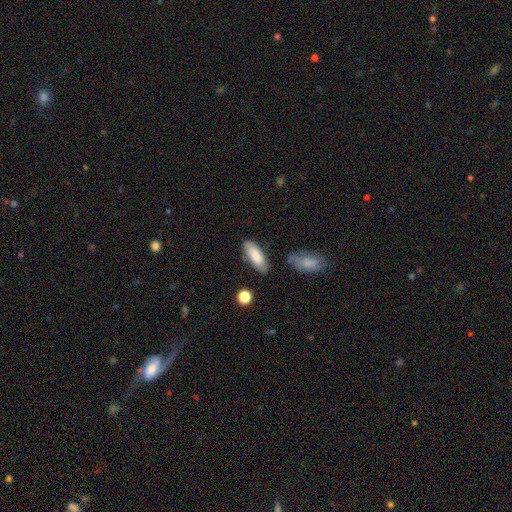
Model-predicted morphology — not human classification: The model was most divided on "how rounded": in between: 72%, cigar-shaped: 26%, round: 2%. More confident: smooth or featured — smooth (84%); merging — none (76%).